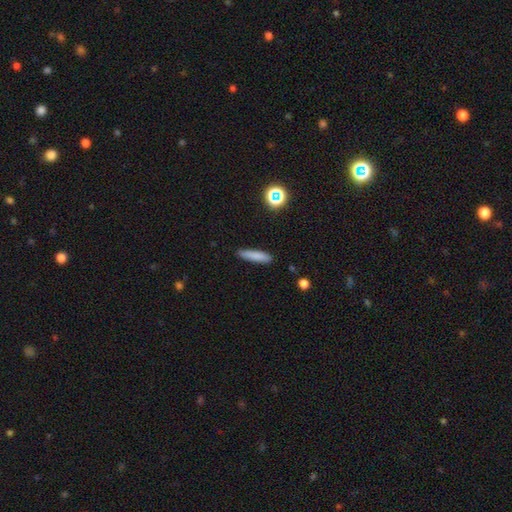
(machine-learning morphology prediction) Smooth or featured? smooth (81%)
How rounded? cigar-shaped (82%)
Merging? none (89%)